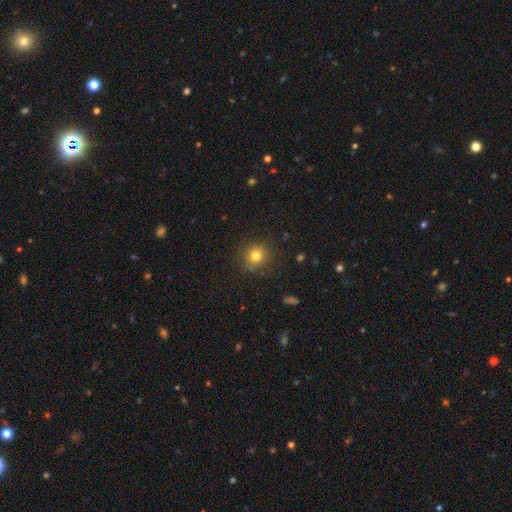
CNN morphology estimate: Smooth or featured? smooth (78%)
How rounded? round (87%)
Merging? none (86%)